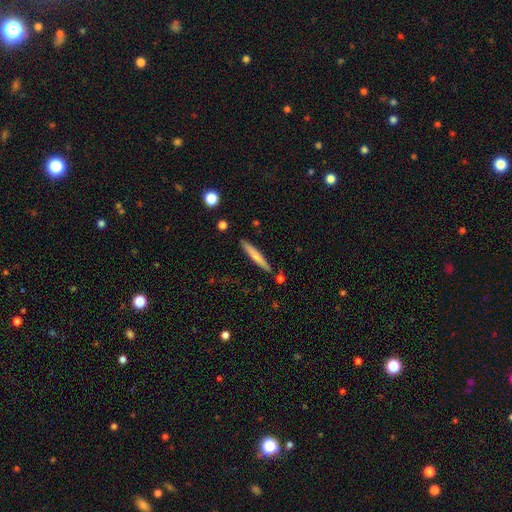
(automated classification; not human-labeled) smooth_or_featured: smooth (p=0.67) [alt: featured or disk p=0.27]
how_rounded: cigar-shaped (p=0.95) [alt: in between p=0.03]
merging: none (p=0.86) [alt: minor disturbance p=0.09]